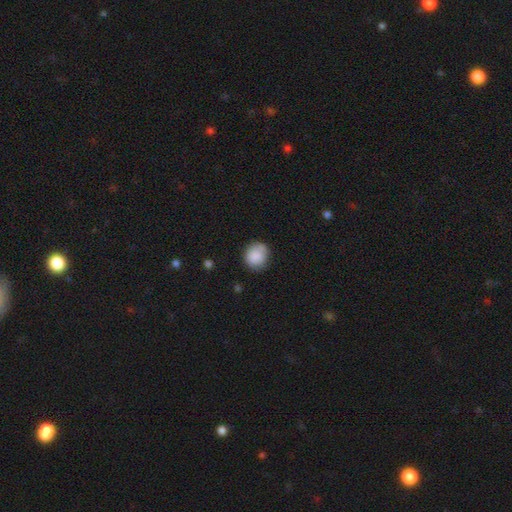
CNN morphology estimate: A smooth galaxy with no disk features (85%) that is round (78%). Merging: none (71%).